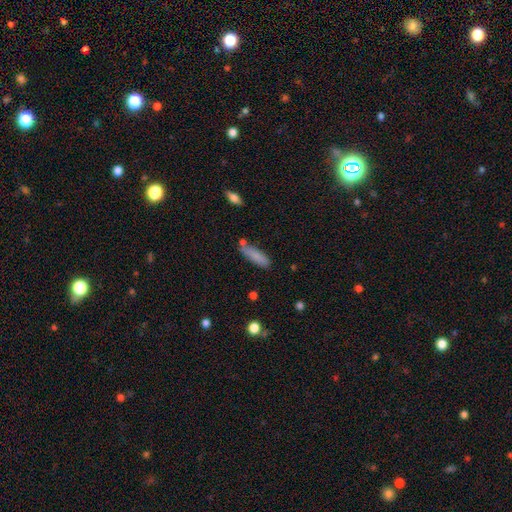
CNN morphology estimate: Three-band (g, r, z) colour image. It shows a smooth galaxy with no disk features (83%) that is cigar-shaped (61%). Merging: none (67%).